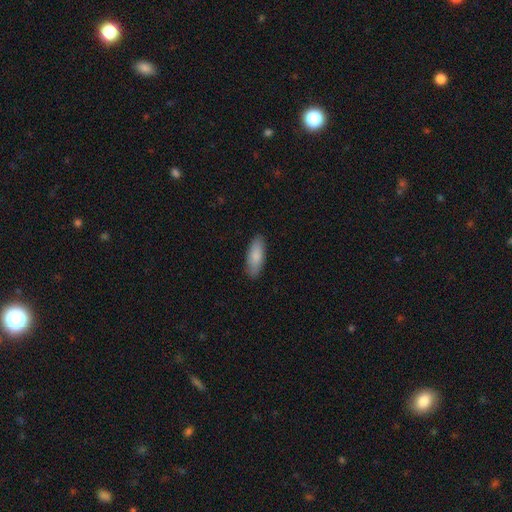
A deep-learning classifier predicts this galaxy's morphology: Smooth or featured: smooth — 86% (featured or disk — 9%)
How rounded: in between — 69% (cigar-shaped — 29%)
Merging: none — 87% (minor disturbance — 10%)